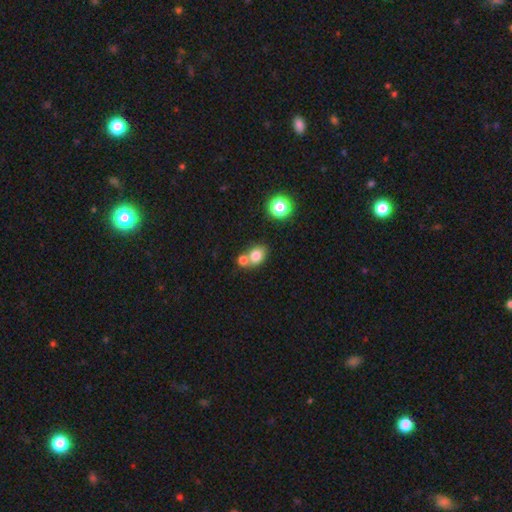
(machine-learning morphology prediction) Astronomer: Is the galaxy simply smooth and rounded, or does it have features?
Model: smooth — 79%.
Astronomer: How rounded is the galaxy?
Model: in between — 59% (runner-up: round, 40%).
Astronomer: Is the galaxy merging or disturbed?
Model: none — 46% (runner-up: merger, 41%).